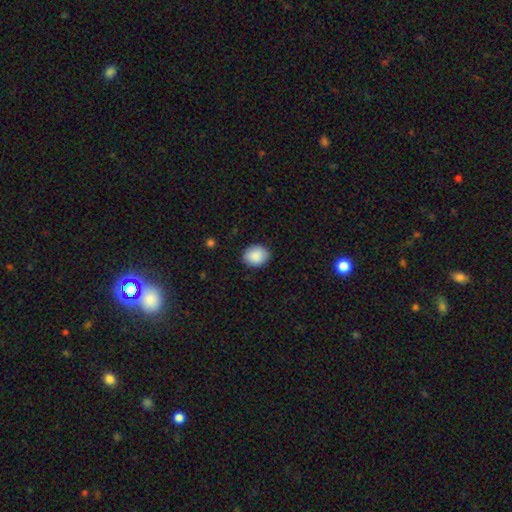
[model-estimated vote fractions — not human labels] A smooth galaxy with no disk features (89%) that is round (53%).

Vote fractions:
- Smooth or featured? smooth: 89% / star or artifact: 7% / featured or disk: 4%
- How rounded? round: 53% / in between: 46% / cigar-shaped: 1%
- Merging? none: 88% / minor disturbance: 9% / major disturbance: 2% / merger: 1%